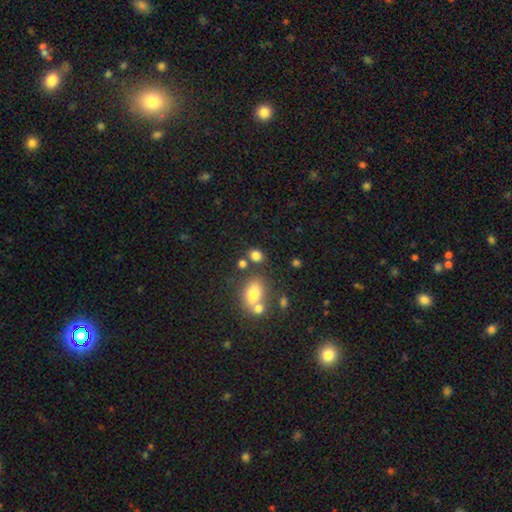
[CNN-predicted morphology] Smooth or featured? Predicted: smooth (p=0.79). How rounded? Predicted: in between (p=0.53). Merging? Predicted: none (p=0.63).